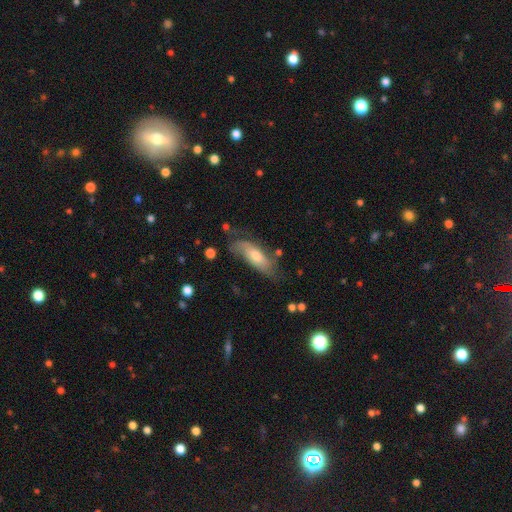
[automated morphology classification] smooth 48%, featured or disk 45%, star or artifact 7%. Down the decision tree: merging — none (56%).